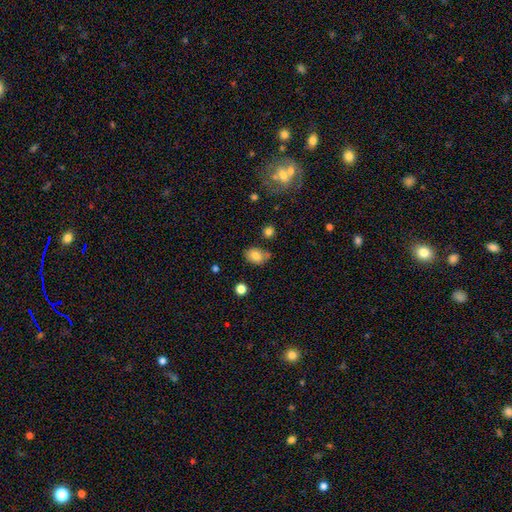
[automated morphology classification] type=smooth (80%); roundness=in between (71%); merging=none (71%).